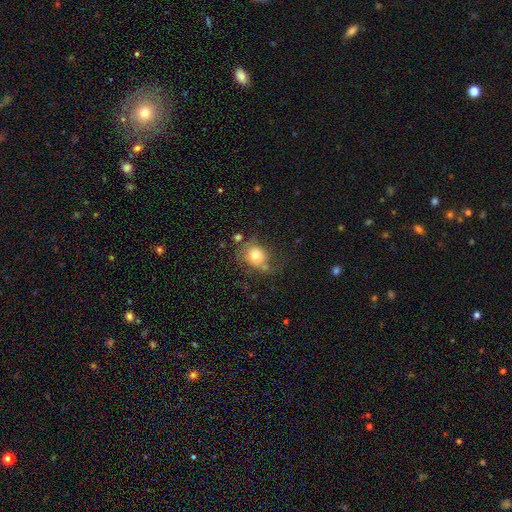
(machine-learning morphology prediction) The model was most divided on "merging": none: 49%, minor disturbance: 24%, major disturbance: 17%, merger: 10%. More confident: smooth or featured — smooth (71%); how rounded — round (66%).